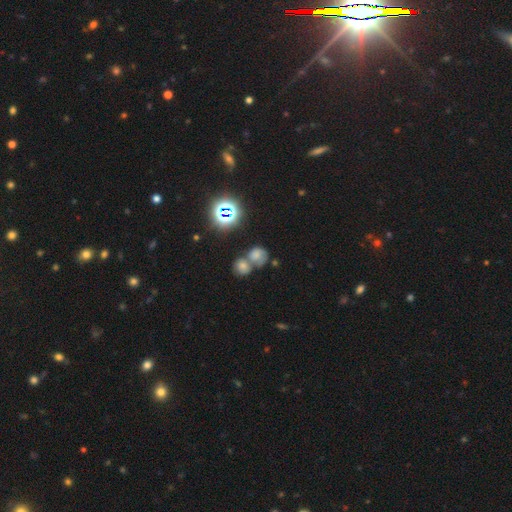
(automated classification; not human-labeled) The model was most divided on "smooth or featured": smooth: 55%, star or artifact: 24%, featured or disk: 21%. More confident: how rounded — round (67%); merging — merger (61%).